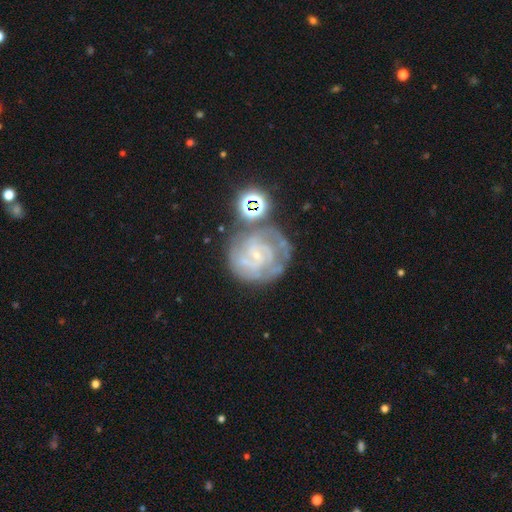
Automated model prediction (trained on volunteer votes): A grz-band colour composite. It shows a featured or disk galaxy (79%) with no bar (61%), tight (62%) spiral arms (91%) and a small central bulge (82%). Merging: none (57%).